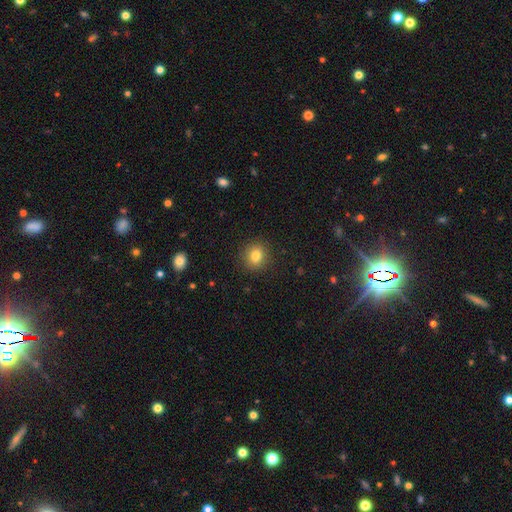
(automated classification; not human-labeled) This appears to be a smooth galaxy with no disk features (81%) that is round (81%). Merging: none (90%).